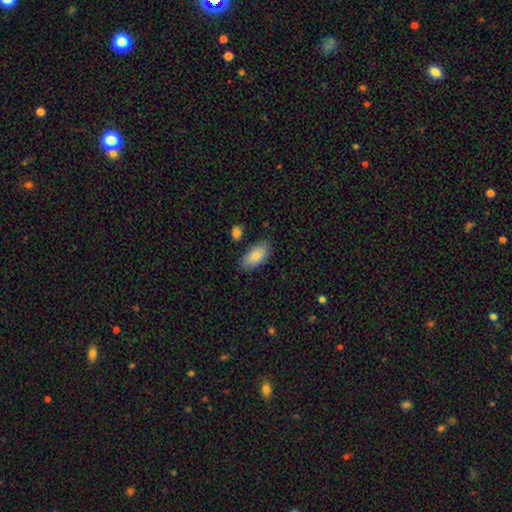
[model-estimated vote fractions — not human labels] Morphology: type=smooth (85%); roundness=in between (93%); merging=none (80%).